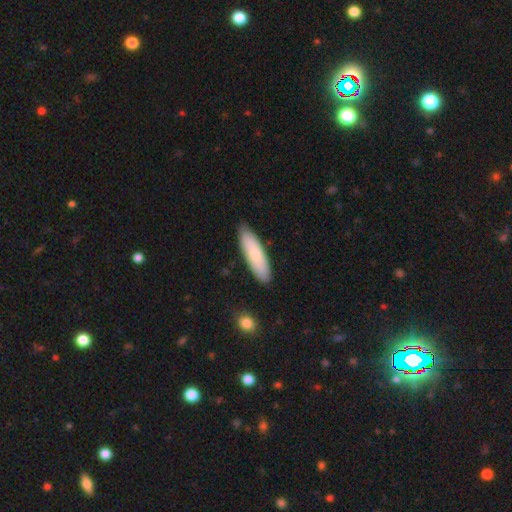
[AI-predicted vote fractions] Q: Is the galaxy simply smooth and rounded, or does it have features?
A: smooth — 74%.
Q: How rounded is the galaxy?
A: cigar-shaped — 53%.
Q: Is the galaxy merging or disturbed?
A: none — 85%.